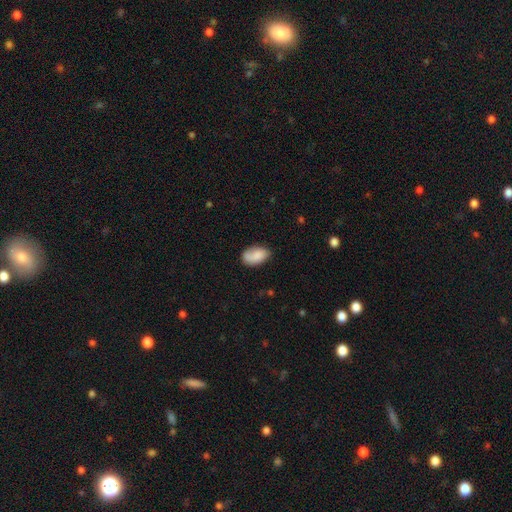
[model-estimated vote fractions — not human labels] Overall: smooth (78%). How rounded: in between (91%). Merging: none (64%; minor disturbance 24%).